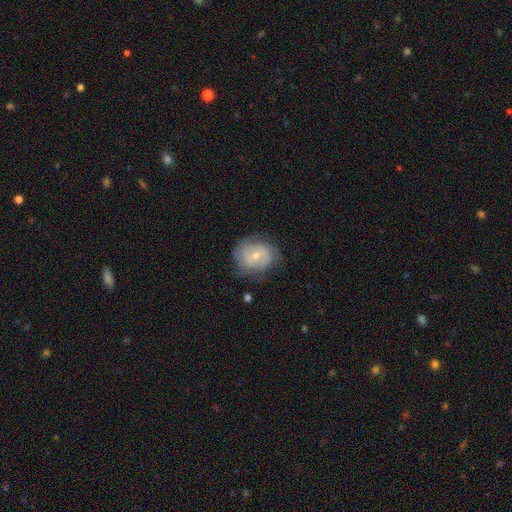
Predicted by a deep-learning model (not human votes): A featured or disk galaxy (55%) with no bar (68%), spiral arms (74%) and a small central bulge (56%). Merging: none (68%).